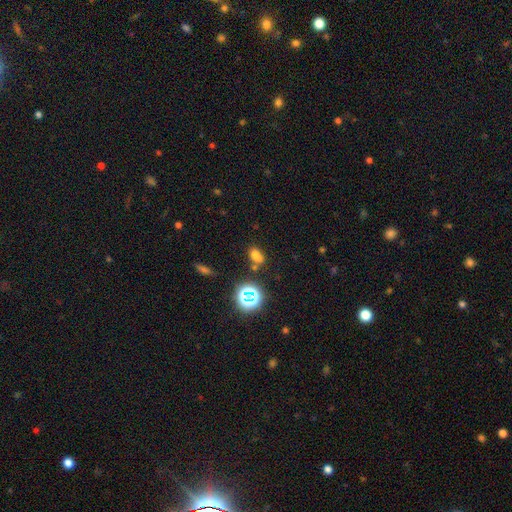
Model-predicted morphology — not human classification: Smooth or featured? Predicted: smooth (p=0.66). How rounded? Predicted: in between (p=0.72). Merging? Predicted: none (p=0.63).